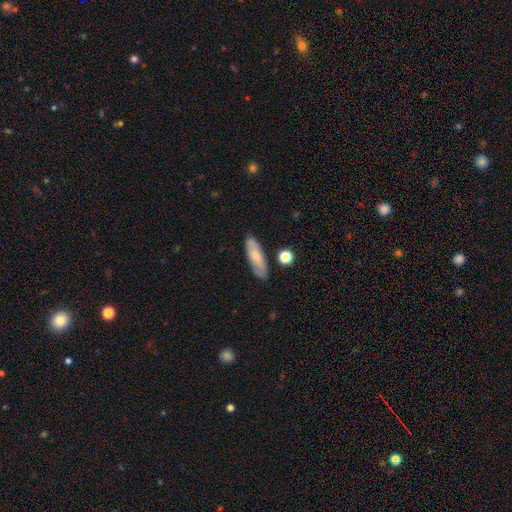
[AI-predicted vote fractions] smooth 70%, featured or disk 23%, star or artifact 7%. Down the decision tree: how rounded — in between (50%); merging — none (82%).